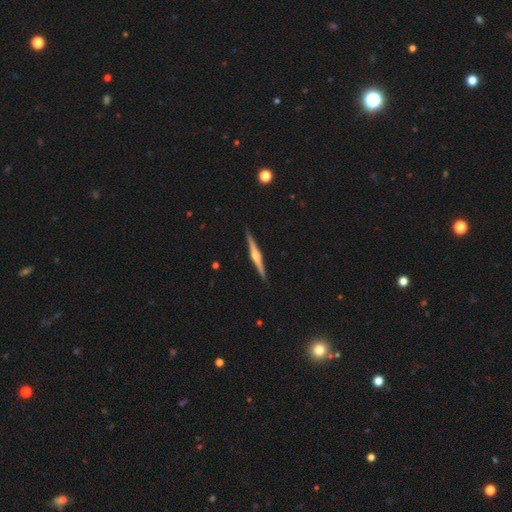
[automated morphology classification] This appears to be a featured or disk galaxy (78%) viewed edge-on (98%) with a rounded central bulge (84%). Merging: none (91%).